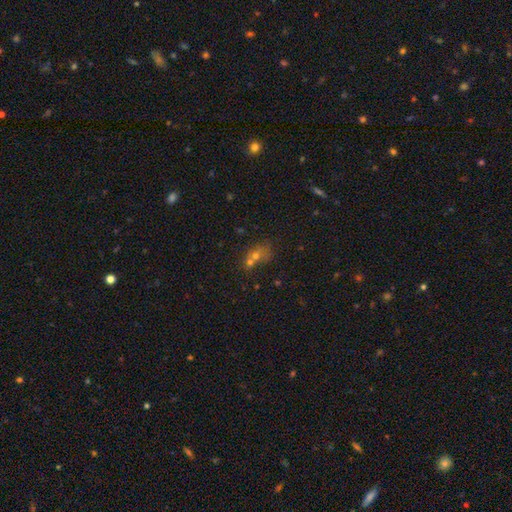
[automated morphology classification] smooth 51%, star or artifact 28%, featured or disk 21%. Down the decision tree: how rounded — round (63%); merging — merger (49%).